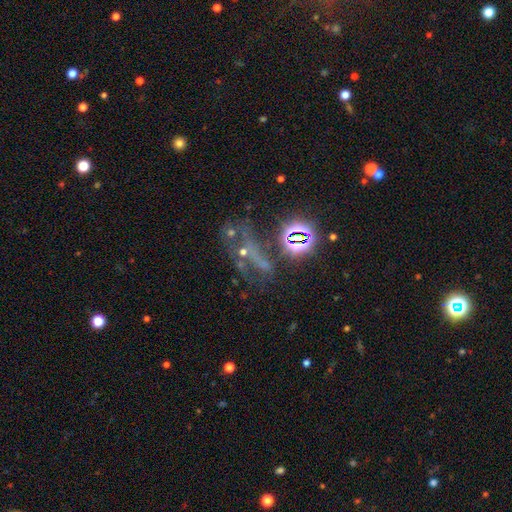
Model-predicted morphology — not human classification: This appears to be a star or artifact, not a galaxy (51%).